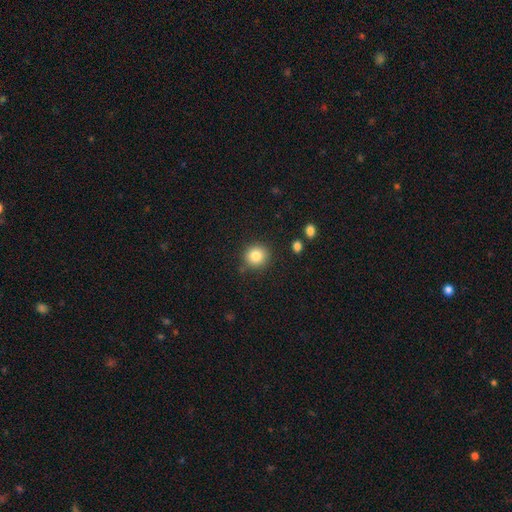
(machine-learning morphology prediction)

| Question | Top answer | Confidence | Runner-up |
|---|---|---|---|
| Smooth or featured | smooth | 84% | star or artifact (10%) |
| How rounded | round | 89% | in between (10%) |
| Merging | none | 84% | minor disturbance (10%) |